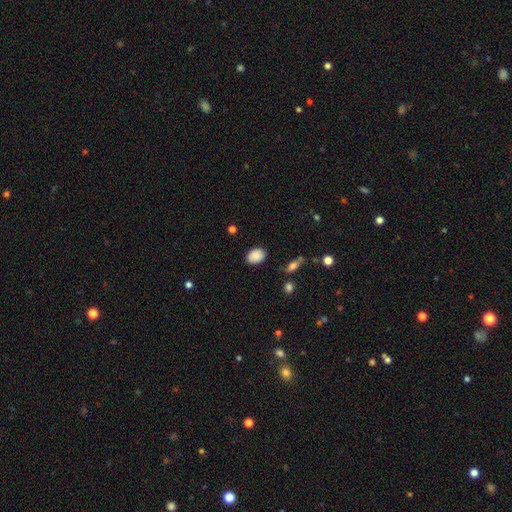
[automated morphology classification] Smooth or featured: smooth — 87% (star or artifact — 8%)
How rounded: in between — 65% (round — 34%)
Merging: none — 84% (minor disturbance — 12%)